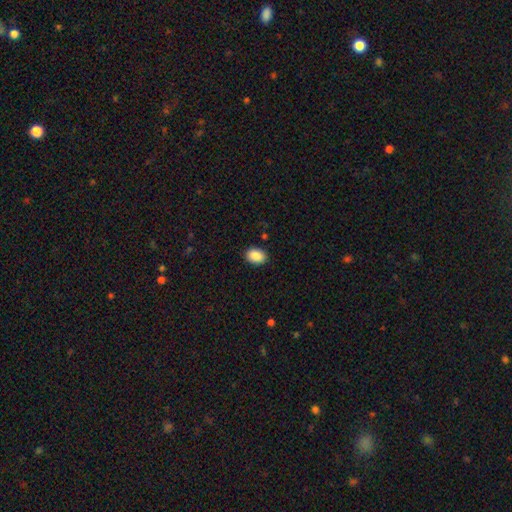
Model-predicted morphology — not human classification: Smooth or featured?
  - smooth: 90% *
  - star or artifact: 7%
  - featured or disk: 3%
How rounded?
  - in between: 76% *
  - round: 23%
  - cigar-shaped: 1%
Merging?
  - none: 89% *
  - minor disturbance: 8%
  - major disturbance: 2%
  - merger: 1%